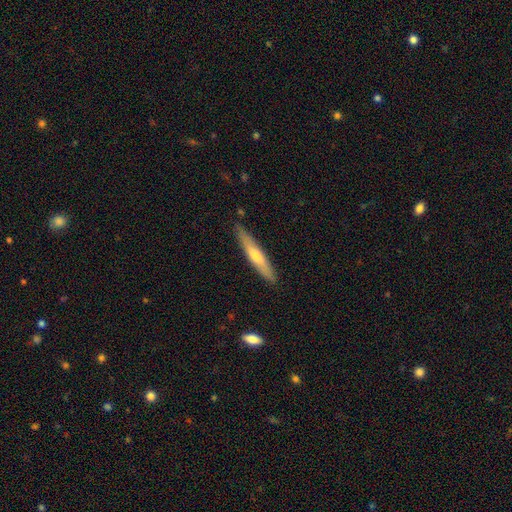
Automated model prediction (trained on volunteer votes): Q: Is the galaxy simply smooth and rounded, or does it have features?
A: smooth — 49%.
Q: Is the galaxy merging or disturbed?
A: none — 87%.